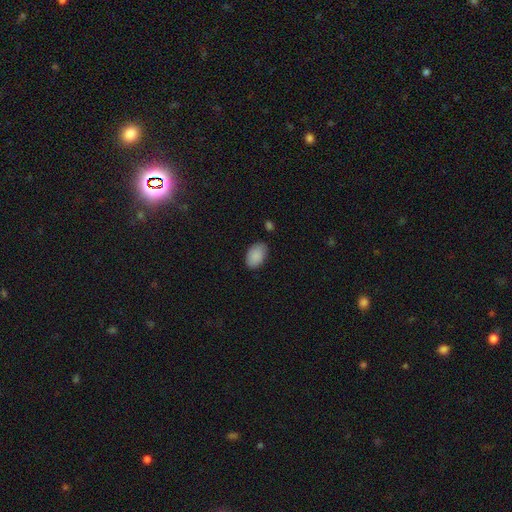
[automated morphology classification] A smooth galaxy with no disk features (90%) that is in between round and cigar-shaped (92%).

Vote fractions:
- Smooth or featured? smooth: 90% / star or artifact: 7% / featured or disk: 4%
- How rounded? in between: 92% / round: 7% / cigar-shaped: 1%
- Merging? none: 82% / minor disturbance: 14% / major disturbance: 3% / merger: 2%